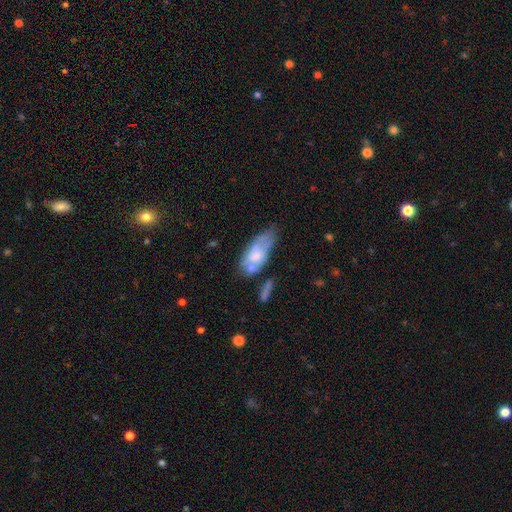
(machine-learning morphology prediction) A smooth galaxy with no disk features (58%) that is in between round and cigar-shaped (82%).

Vote fractions:
- Smooth or featured? smooth: 58% / featured or disk: 35% / star or artifact: 7%
- How rounded? in between: 82% / cigar-shaped: 15% / round: 3%
- Merging? none: 35% / minor disturbance: 30% / merger: 19% / major disturbance: 17%